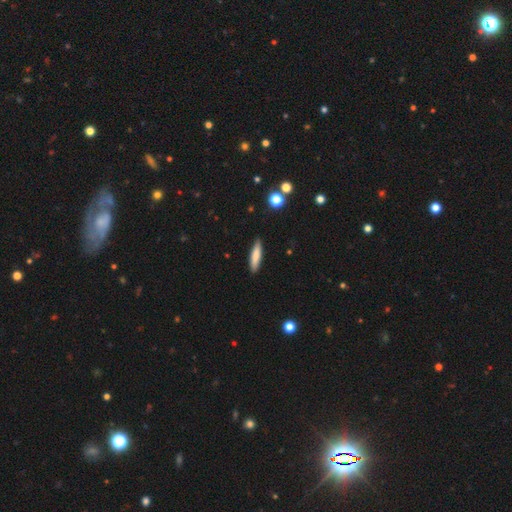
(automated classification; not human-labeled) The model was most divided on "how rounded": cigar-shaped: 81%, in between: 18%, round: 1%. More confident: merging — none (88%); smooth or featured — smooth (79%).